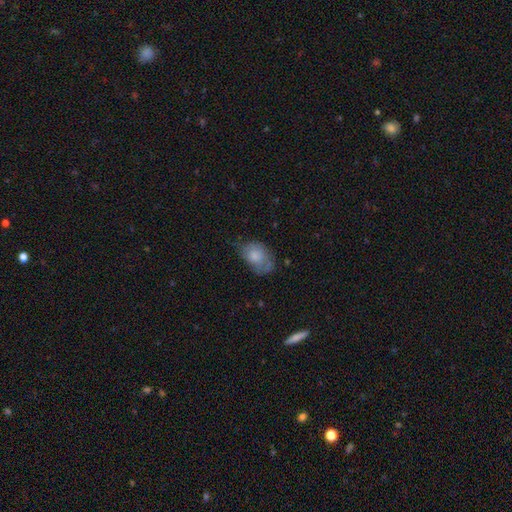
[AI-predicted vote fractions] A smooth galaxy with no disk features (67%) that is in between round and cigar-shaped (80%).

Vote fractions:
- Smooth or featured? smooth: 67% / featured or disk: 25% / star or artifact: 8%
- How rounded? in between: 80% / round: 19% / cigar-shaped: 1%
- Merging? none: 43% / minor disturbance: 34% / major disturbance: 20% / merger: 3%